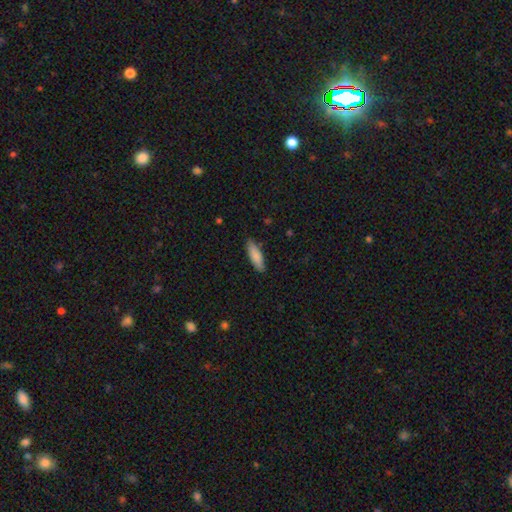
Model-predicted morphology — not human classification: This appears to be a smooth galaxy with no disk features (86%) that is cigar-shaped (52%). Merging: none (86%).